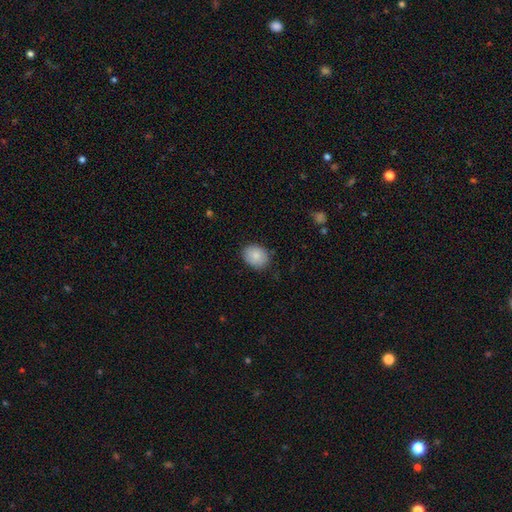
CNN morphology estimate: Overall: smooth (82%). How rounded: round (50%; in between 49%). Merging: none (81%).